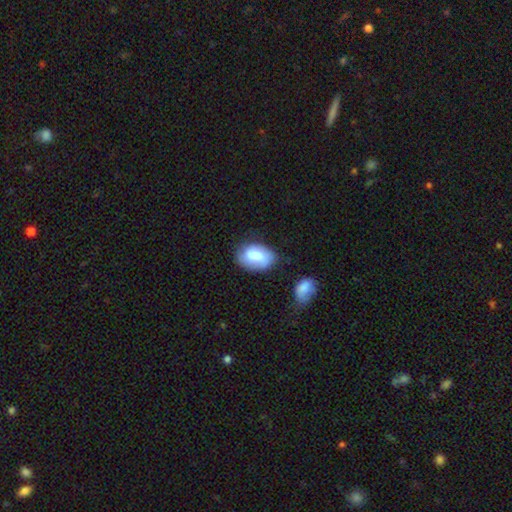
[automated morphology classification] This appears to be a smooth galaxy with no disk features (75%) that is in between round and cigar-shaped (88%). Merging: none (59%).